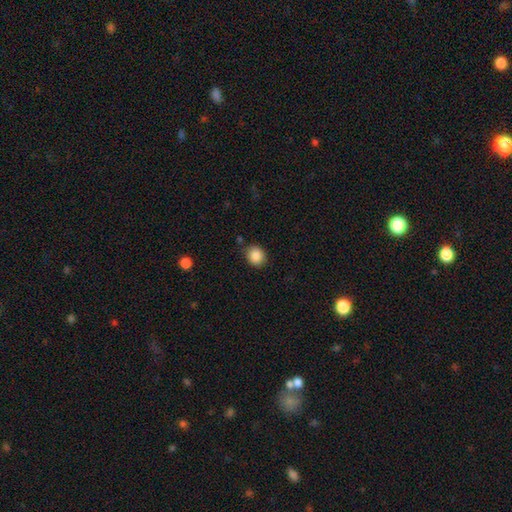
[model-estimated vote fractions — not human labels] Smooth or featured? Predicted: smooth (p=0.88). How rounded? Predicted: round (p=0.70). Merging? Predicted: none (p=0.84).